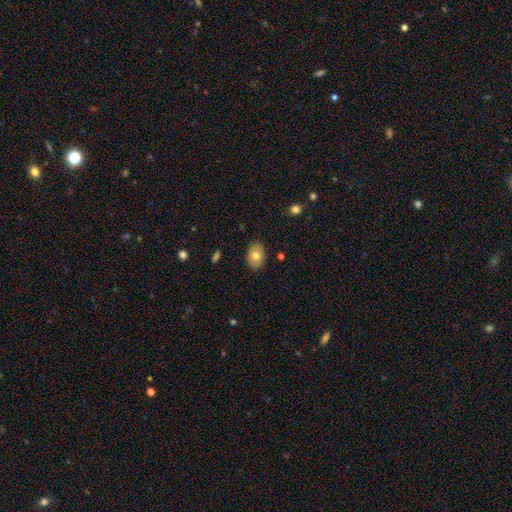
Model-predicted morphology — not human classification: Smooth or featured? smooth (74%)
How rounded? in between (82%)
Merging? none (87%)